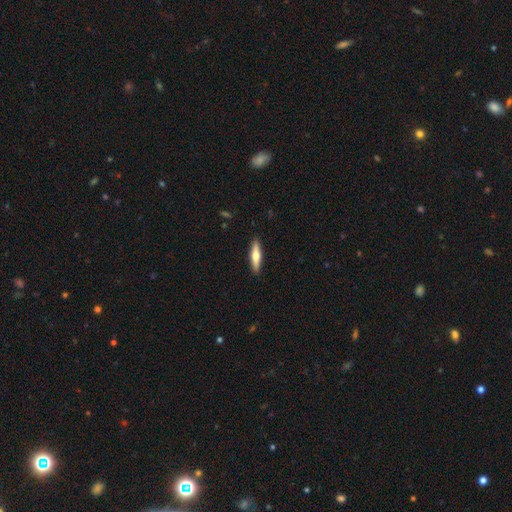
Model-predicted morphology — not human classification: smooth_or_featured: smooth (p=0.49) [alt: featured or disk p=0.46]
merging: none (p=0.91) [alt: minor disturbance p=0.07]